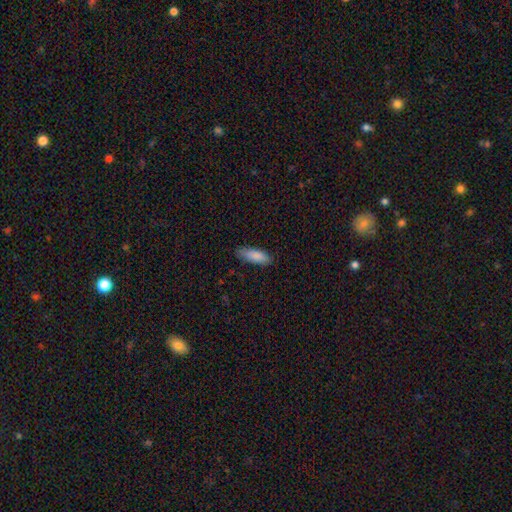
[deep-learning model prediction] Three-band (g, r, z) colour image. It shows a smooth galaxy with no disk features (86%) that is in between round and cigar-shaped (54%). Merging: none (81%).